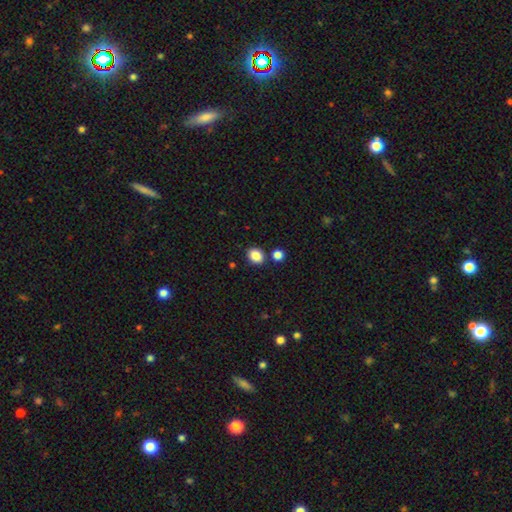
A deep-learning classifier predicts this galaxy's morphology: type=smooth (86%); roundness=round (53%); merging=none (79%).